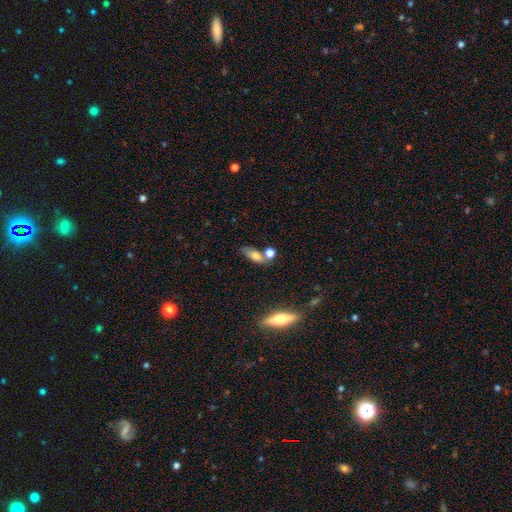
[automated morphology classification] Smooth or featured: smooth — 69% (featured or disk — 20%)
How rounded: in between — 69% (cigar-shaped — 22%)
Merging: none — 53% (merger — 24%)